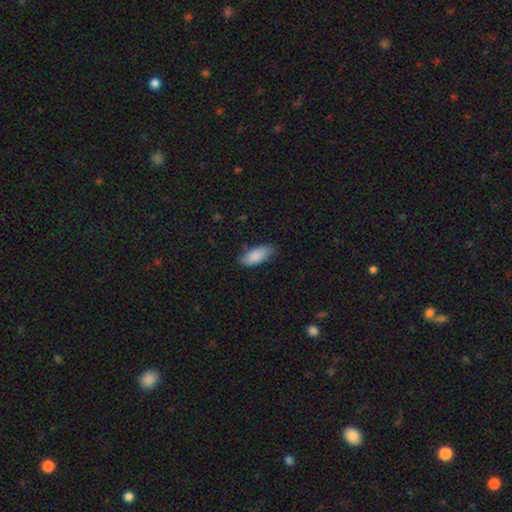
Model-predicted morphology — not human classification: type=smooth (86%); roundness=in between (87%); merging=none (78%).